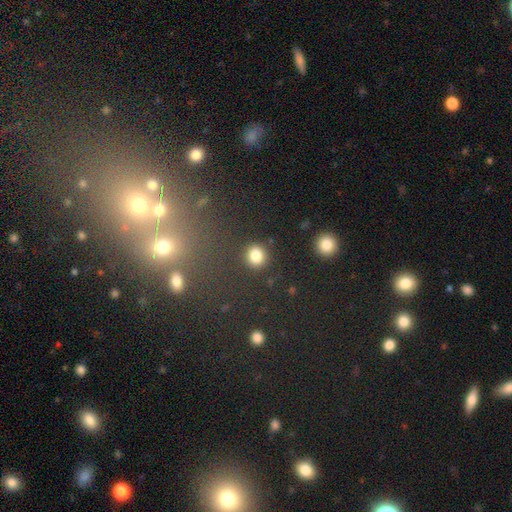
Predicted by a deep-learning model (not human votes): This is clearly a smooth galaxy (82%). How rounded: clearly round (84%). Merging: clearly none (88%).